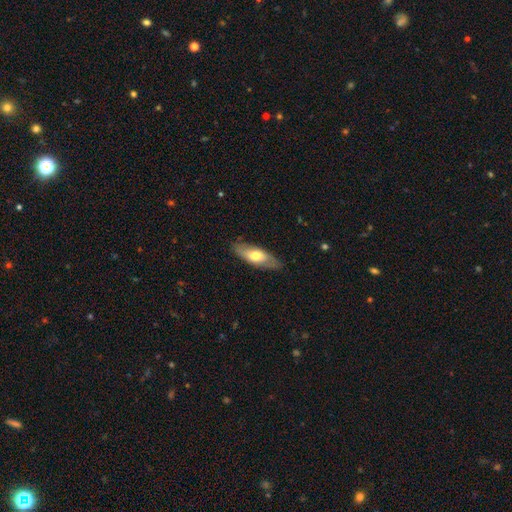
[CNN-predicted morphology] smooth-or-featured: smooth: 60% | featured or disk: 34% | star or artifact: 6%
  how-rounded: in between: 66% | cigar-shaped: 31% | round: 3%
  merging: none: 82% | minor disturbance: 14% | major disturbance: 3% | merger: 1%